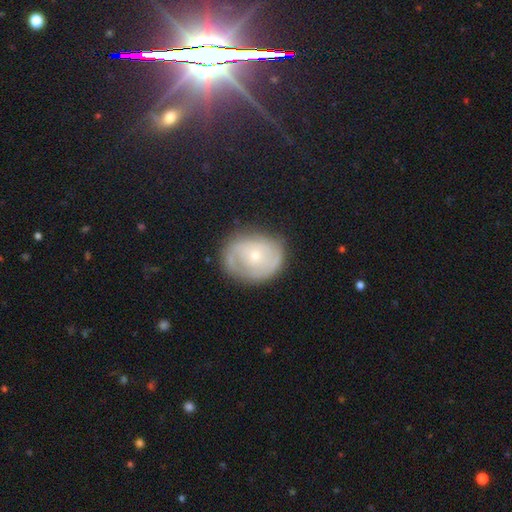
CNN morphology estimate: A featured or disk galaxy (60%) with no bar (81%), spiral arms (68%) and a small central bulge (62%).

Vote fractions:
- Smooth or featured? featured or disk: 60% / smooth: 32% / star or artifact: 8%
- Edge-on disk? no: 96% / yes: 4%
- Bar? no: 81% / weak: 16% / strong: 3%
- Spiral arms? yes: 68% / no: 32%
- Bulge size? small: 62% / moderate: 34% / large: 2% / none: 1% / dominant: 1%
- Merging? none: 67% / minor disturbance: 22% / major disturbance: 9% / merger: 2%